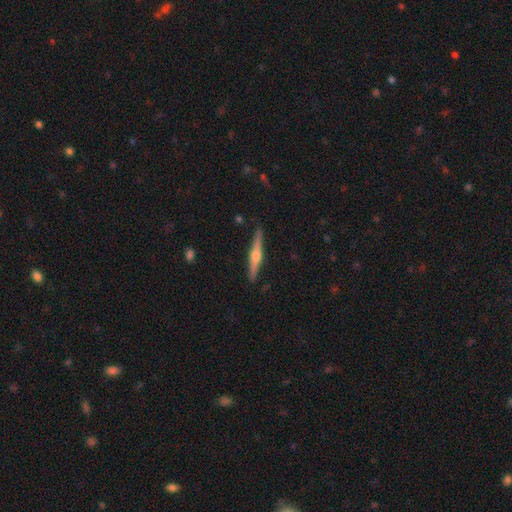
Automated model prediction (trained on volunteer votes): The model was most divided on "smooth or featured": featured or disk: 74%, smooth: 21%, star or artifact: 5%. More confident: edge-on disk — yes (98%); edge-on bulge — rounded (93%); merging — none (90%).